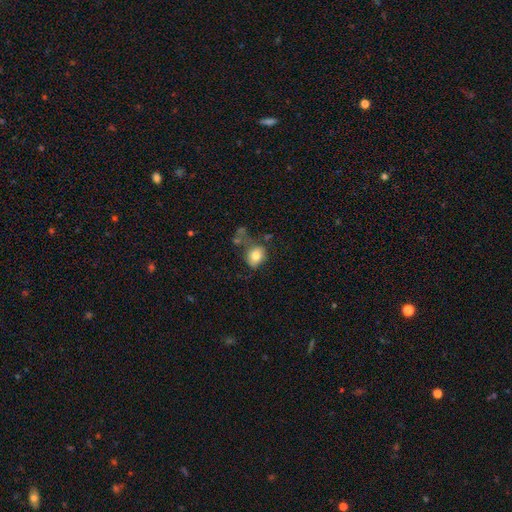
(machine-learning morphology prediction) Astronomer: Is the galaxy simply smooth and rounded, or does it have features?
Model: smooth — 77%.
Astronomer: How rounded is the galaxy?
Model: round — 54% (runner-up: in between, 45%).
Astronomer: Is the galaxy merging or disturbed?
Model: none — 49% (runner-up: minor disturbance, 25%).